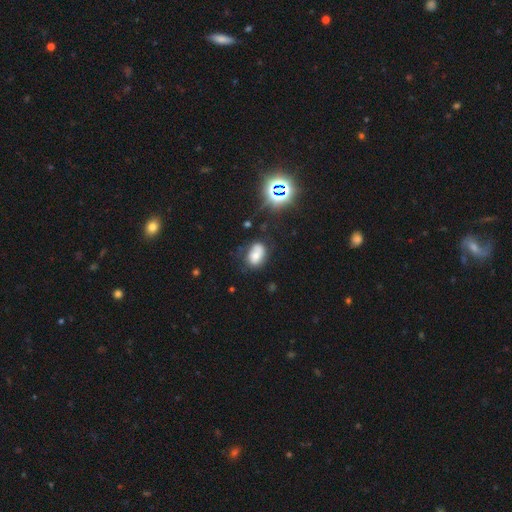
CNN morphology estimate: Smooth or featured: smooth — 59% (featured or disk — 25%)
How rounded: in between — 80% (round — 18%)
Merging: none — 55% (minor disturbance — 27%)